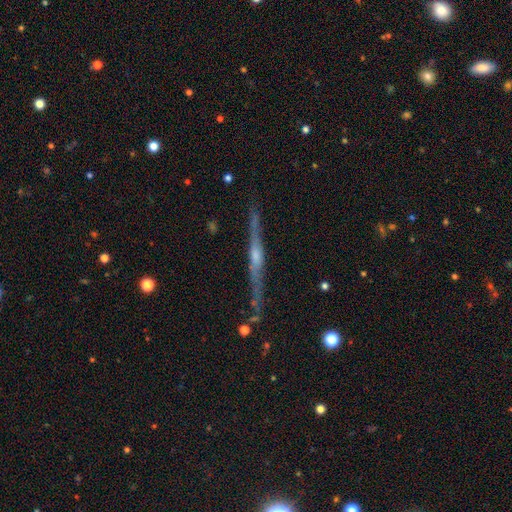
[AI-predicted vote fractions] A featured or disk galaxy (79%) viewed edge-on (97%) with a rounded central bulge (68%). Merging: none (83%).